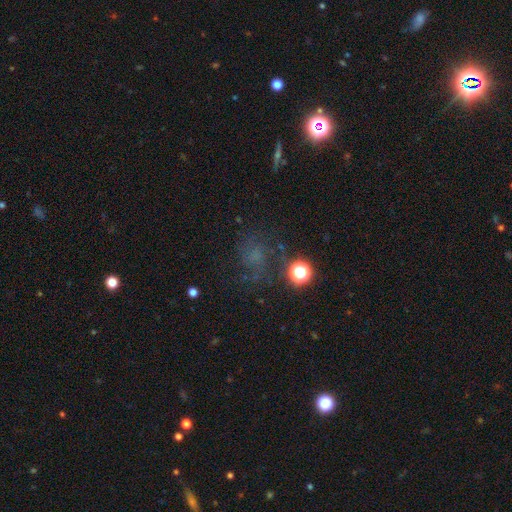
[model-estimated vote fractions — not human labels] Smooth or featured: smooth — 38% (star or artifact — 34%)
Merging: none — 60% (major disturbance — 18%)